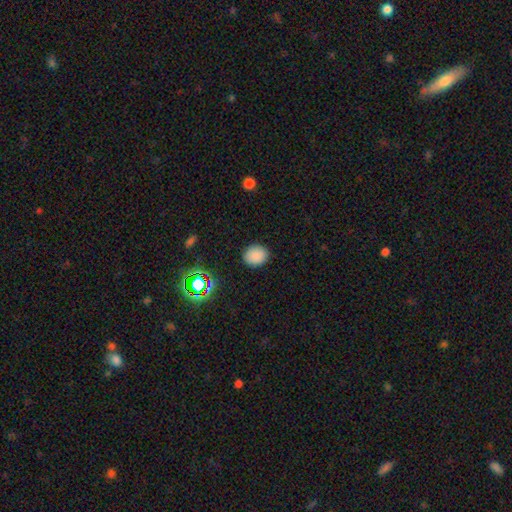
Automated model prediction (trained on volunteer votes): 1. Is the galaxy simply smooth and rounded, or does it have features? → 83% smooth, 13% star or artifact, 4% featured or disk.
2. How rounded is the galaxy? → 66% round, 33% in between, 1% cigar-shaped.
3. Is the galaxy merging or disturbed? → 88% none, 8% minor disturbance, 2% major disturbance, 1% merger.